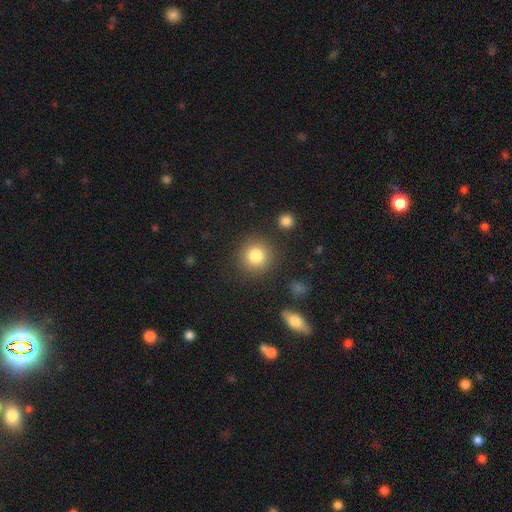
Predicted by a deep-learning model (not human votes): smooth-or-featured: smooth: 82% | star or artifact: 10% | featured or disk: 7%
  how-rounded: round: 92% | in between: 8% | cigar-shaped: 1%
  merging: none: 86% | minor disturbance: 8% | major disturbance: 3% | merger: 3%